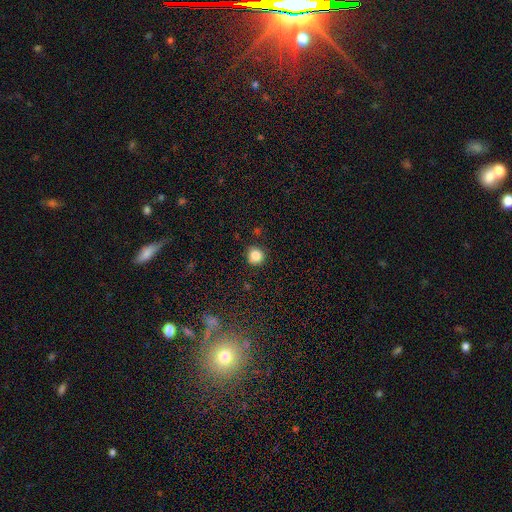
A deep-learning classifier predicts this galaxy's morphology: This appears to be a smooth galaxy with no disk features (84%) that is round (92%). Merging: none (86%).